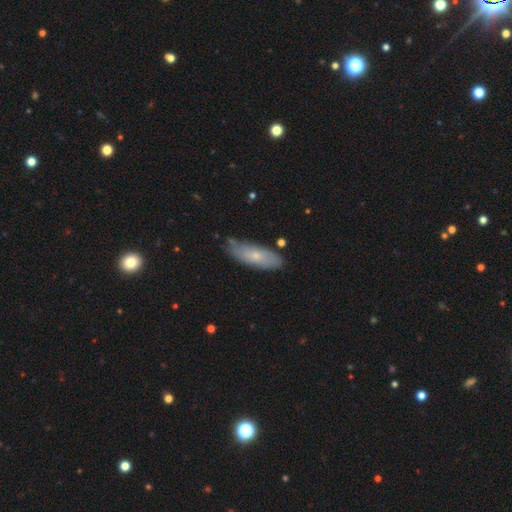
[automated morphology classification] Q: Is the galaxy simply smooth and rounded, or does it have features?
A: smooth — 65%.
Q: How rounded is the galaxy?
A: in between — 60%.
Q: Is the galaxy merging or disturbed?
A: none — 71%.